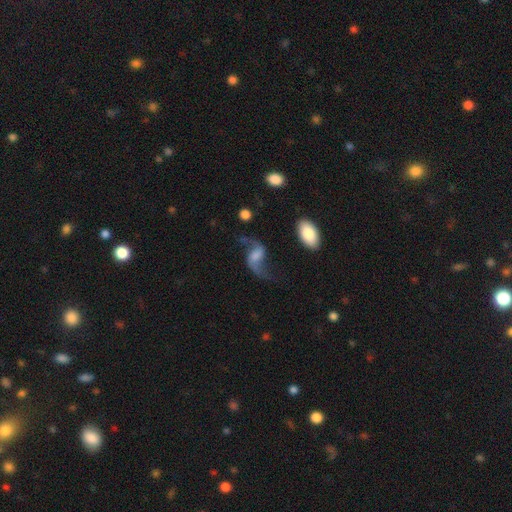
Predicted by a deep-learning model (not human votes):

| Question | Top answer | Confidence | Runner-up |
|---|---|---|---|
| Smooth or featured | featured or disk | 83% | smooth (11%) |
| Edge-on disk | no | 97% | yes (3%) |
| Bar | weak | 43% | no (39%) |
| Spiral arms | yes | 95% | no (5%) |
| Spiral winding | loose | 89% | medium (9%) |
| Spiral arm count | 2 | 93% | 1 (3%) |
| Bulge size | none | 34% | moderate (24%) |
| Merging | none | 61% | minor disturbance (17%) |